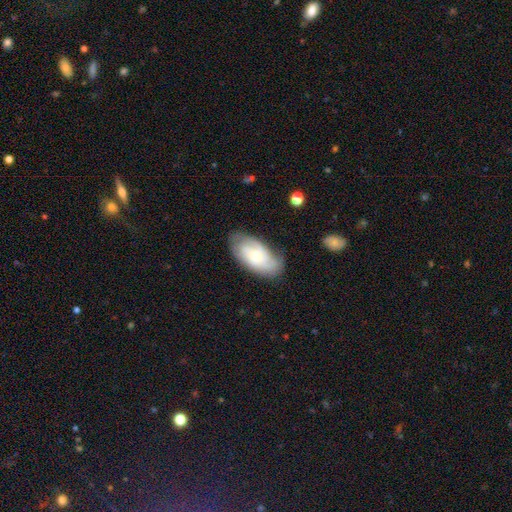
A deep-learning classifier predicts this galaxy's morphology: The model was most divided on "bulge size": small: 50%, moderate: 46%, large: 2%, none: 1%, dominant: 1%. More confident: edge-on disk — no (93%); spiral arms — yes (79%); bar — no (76%); merging — none (65%); smooth or featured — featured or disk (59%).